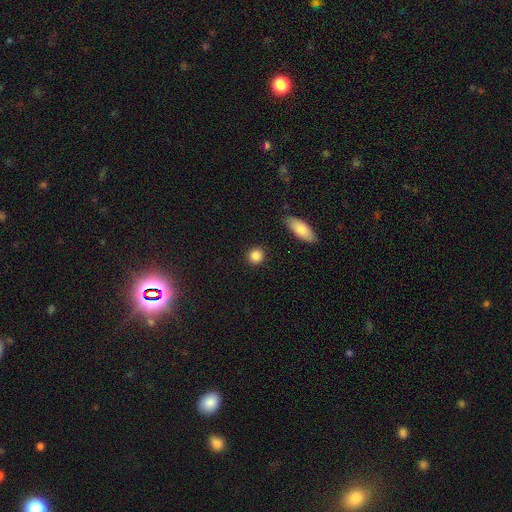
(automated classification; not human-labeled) smooth_or_featured: smooth (p=0.87) [alt: star or artifact p=0.09]
how_rounded: round (p=0.89) [alt: in between p=0.10]
merging: none (p=0.90) [alt: minor disturbance p=0.06]